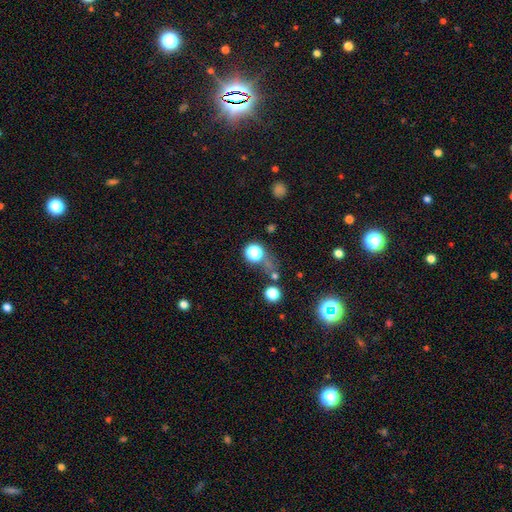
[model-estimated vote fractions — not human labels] This is possibly a star or artifact rather than a galaxy (57%).